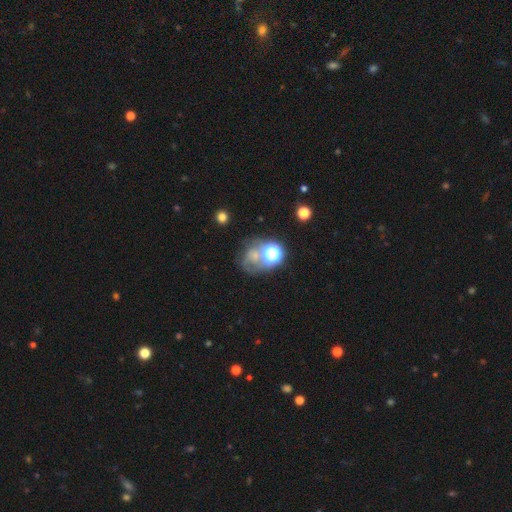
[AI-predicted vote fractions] Smooth or featured? smooth (40%)
Merging? none (39%)